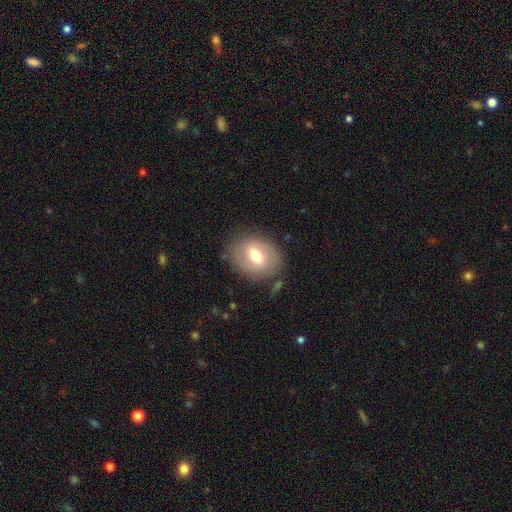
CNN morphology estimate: smooth_or_featured: smooth (p=0.56) [alt: featured or disk p=0.36]
how_rounded: in between (p=0.58) [alt: round p=0.41]
merging: none (p=0.78) [alt: minor disturbance p=0.14]